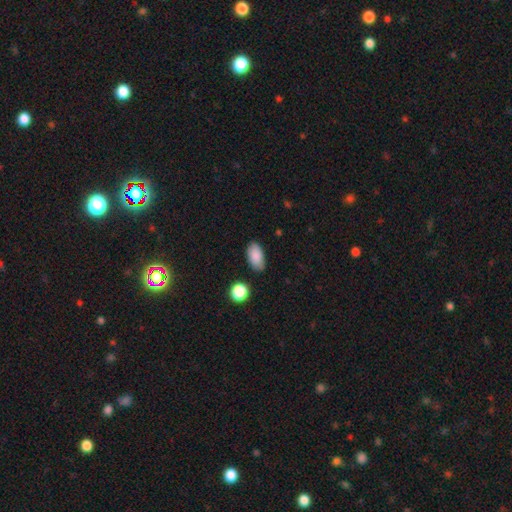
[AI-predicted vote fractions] This is clearly a smooth galaxy (87%). How rounded: clearly in between (94%). Merging: likely none (80%).